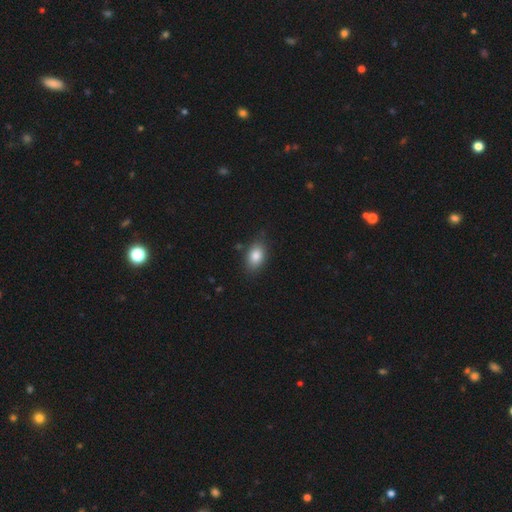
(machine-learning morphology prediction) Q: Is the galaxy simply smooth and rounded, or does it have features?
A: smooth — 84%.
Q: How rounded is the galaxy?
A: in between — 86%.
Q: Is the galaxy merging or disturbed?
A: none — 78%.